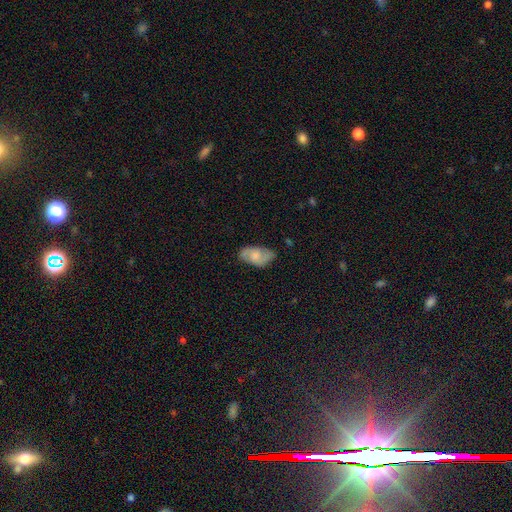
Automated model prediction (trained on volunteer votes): Morphology: type=smooth (51%); roundness=in between (92%); merging=none (71%).